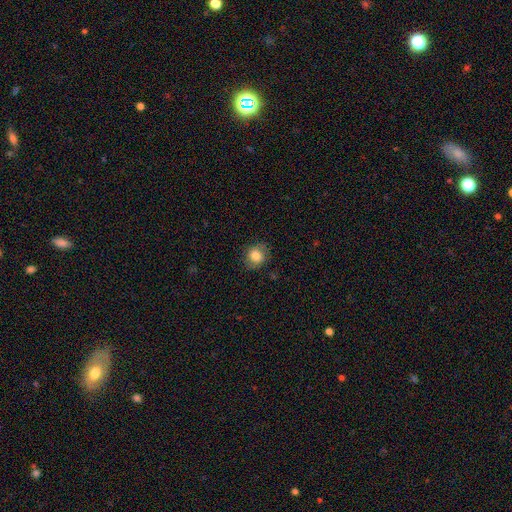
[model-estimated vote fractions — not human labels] smooth_or_featured: smooth (p=0.80) [alt: featured or disk p=0.10]
how_rounded: round (p=0.79) [alt: in between p=0.20]
merging: none (p=0.80) [alt: minor disturbance p=0.15]